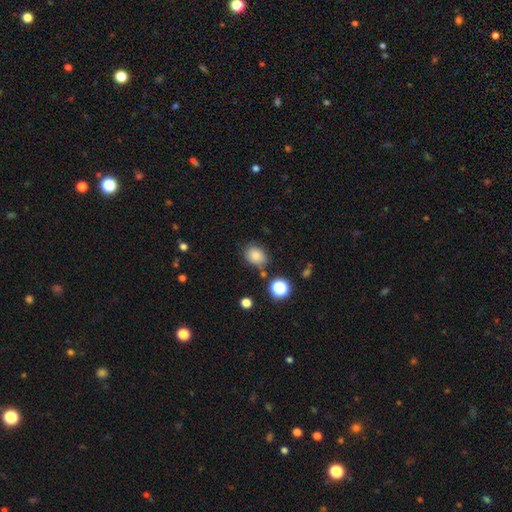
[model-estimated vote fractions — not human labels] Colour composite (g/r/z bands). It shows a smooth galaxy with no disk features (81%) that is in between round and cigar-shaped (56%). Merging: none (76%).